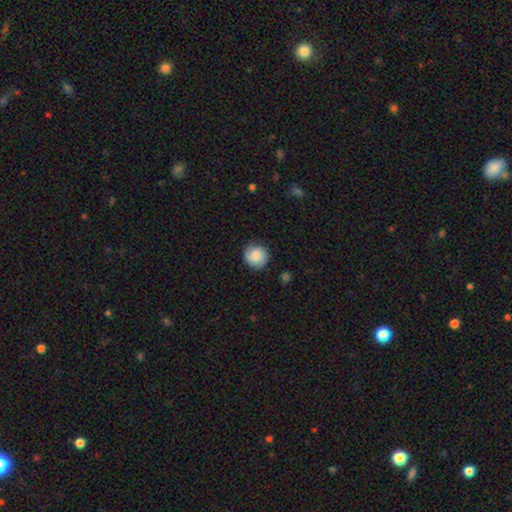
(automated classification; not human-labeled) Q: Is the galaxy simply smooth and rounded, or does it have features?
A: smooth — 73%.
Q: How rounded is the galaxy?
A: round — 92%.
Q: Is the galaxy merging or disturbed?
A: none — 85%.